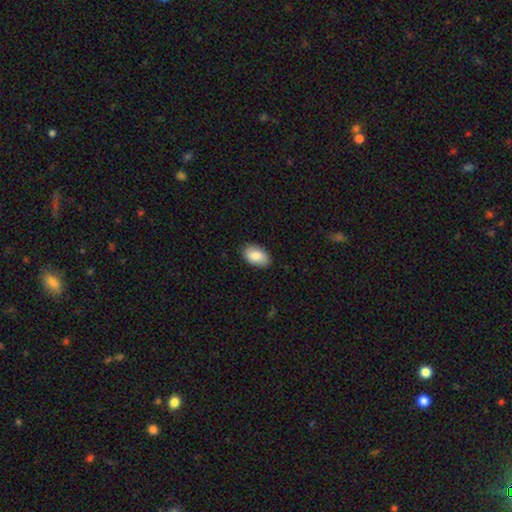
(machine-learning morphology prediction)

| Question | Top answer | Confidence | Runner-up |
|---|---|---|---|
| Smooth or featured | smooth | 83% | featured or disk (11%) |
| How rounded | in between | 92% | round (7%) |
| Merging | none | 85% | minor disturbance (12%) |